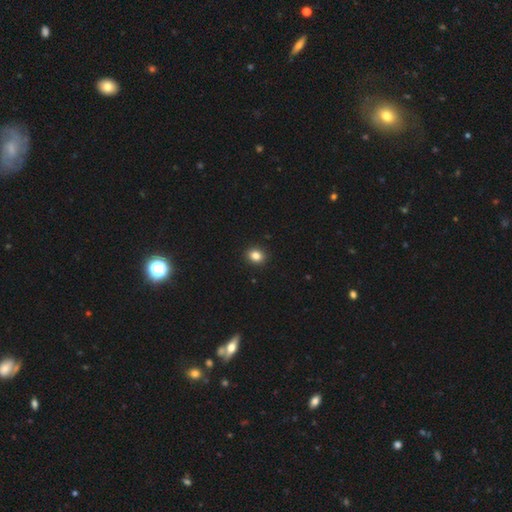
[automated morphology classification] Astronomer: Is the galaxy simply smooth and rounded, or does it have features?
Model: smooth — 84%.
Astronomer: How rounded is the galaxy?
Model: round — 66%.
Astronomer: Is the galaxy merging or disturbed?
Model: none — 93%.